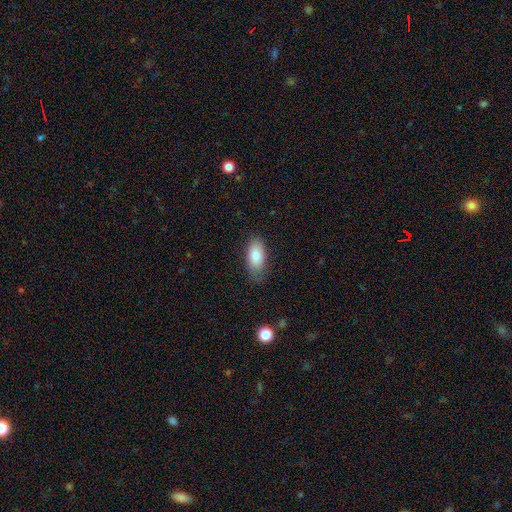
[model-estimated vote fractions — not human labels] A smooth galaxy with no disk features (84%) that is in between round and cigar-shaped (91%). Merging: none (73%).